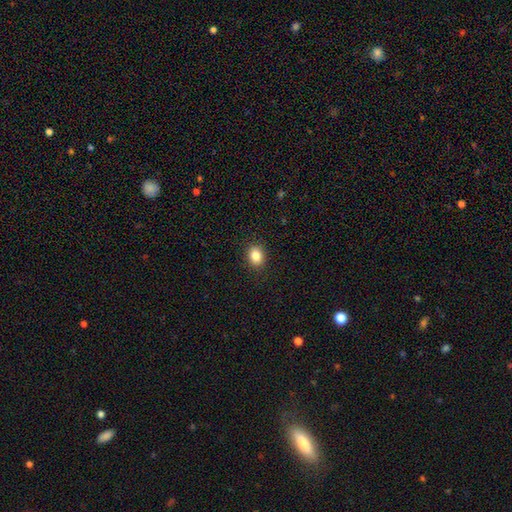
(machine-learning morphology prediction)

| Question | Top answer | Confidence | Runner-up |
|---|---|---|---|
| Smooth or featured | smooth | 84% | star or artifact (10%) |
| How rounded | round | 52% | in between (47%) |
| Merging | none | 90% | minor disturbance (7%) |